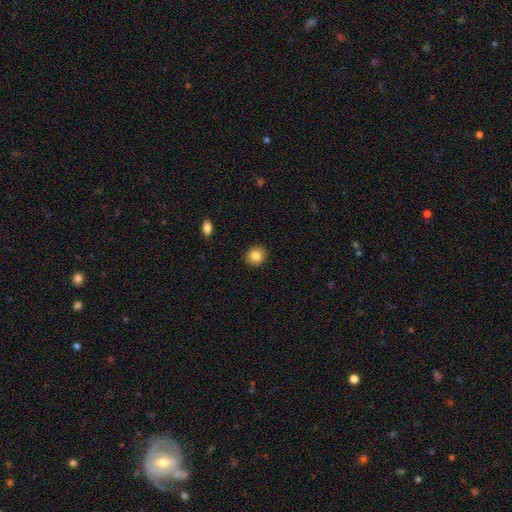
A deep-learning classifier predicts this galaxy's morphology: A smooth galaxy with no disk features (84%) that is round (84%). Merging: none (92%).